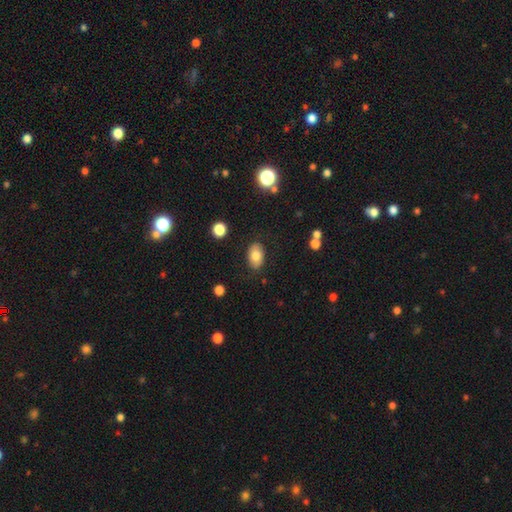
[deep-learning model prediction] Smooth or featured? smooth (79%)
How rounded? in between (87%)
Merging? none (84%)